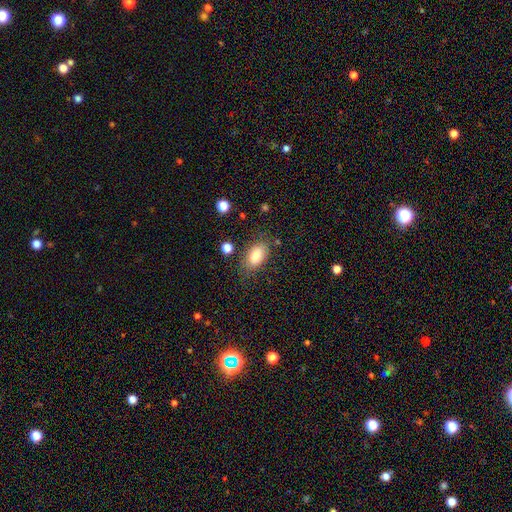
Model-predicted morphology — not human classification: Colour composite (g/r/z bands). It shows a smooth galaxy with no disk features (81%) that is in between round and cigar-shaped (90%). Merging: none (75%).